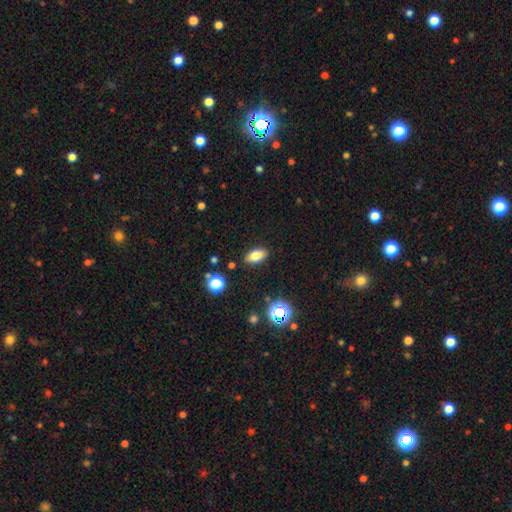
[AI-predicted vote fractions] Overall: smooth (75%). How rounded: in between (85%). Merging: none (87%).